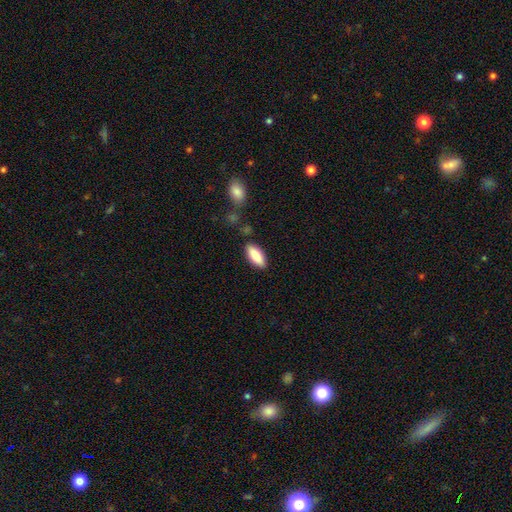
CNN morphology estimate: The model was most divided on "how rounded": in between: 74%, cigar-shaped: 24%, round: 2%. More confident: smooth or featured — smooth (86%); merging — none (84%).